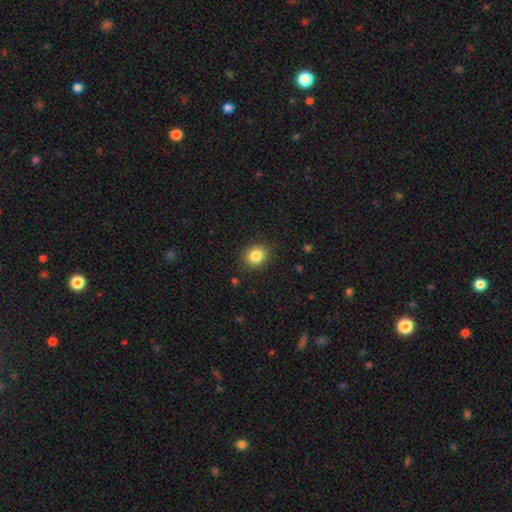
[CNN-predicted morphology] type=smooth (84%); roundness=round (73%); merging=none (88%).